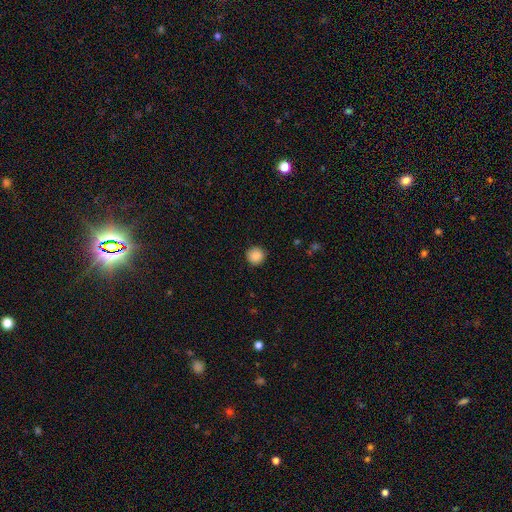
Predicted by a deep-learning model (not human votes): smooth 87%, star or artifact 9%, featured or disk 4%. Down the decision tree: how rounded — round (95%); merging — none (91%).